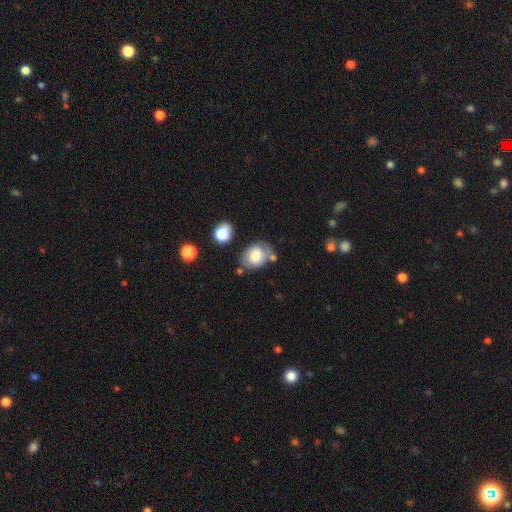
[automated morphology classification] Smooth or featured? smooth (70%)
How rounded? in between (62%)
Merging? none (61%)